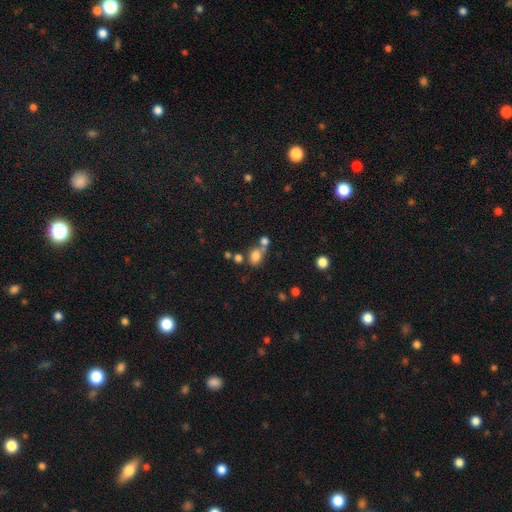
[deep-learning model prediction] Q: Smooth or featured?
A: smooth (78%); runner-up: star or artifact (13%)
Q: How rounded?
A: in between (58%); runner-up: round (40%)
Q: Merging?
A: none (46%); runner-up: merger (36%)